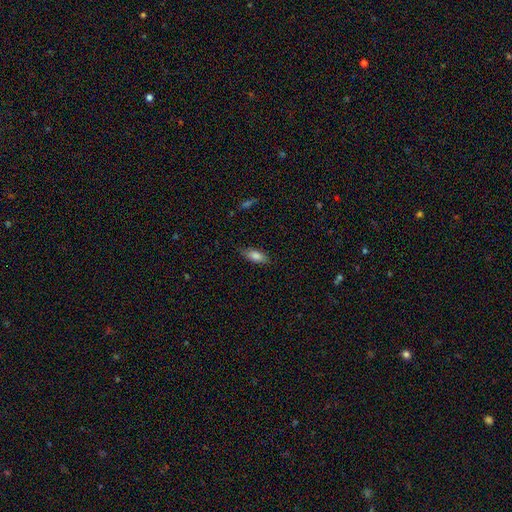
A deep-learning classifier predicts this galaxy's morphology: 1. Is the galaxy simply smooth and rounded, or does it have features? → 81% smooth, 12% featured or disk, 7% star or artifact.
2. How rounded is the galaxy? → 76% in between, 22% cigar-shaped, 3% round.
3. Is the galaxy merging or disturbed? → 79% none, 16% minor disturbance, 3% major disturbance, 1% merger.